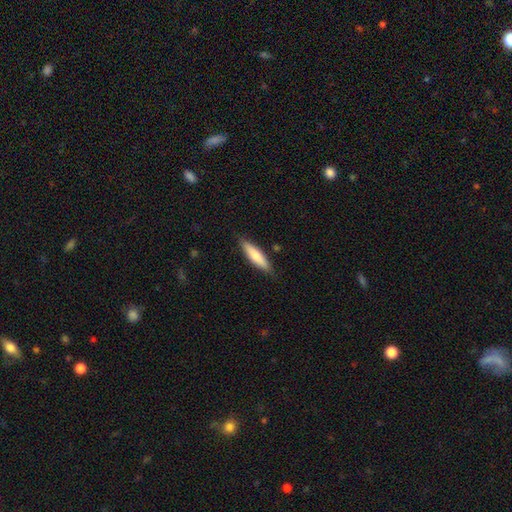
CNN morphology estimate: This appears to be a smooth galaxy with no disk features (73%) that is cigar-shaped (72%). Merging: none (86%).